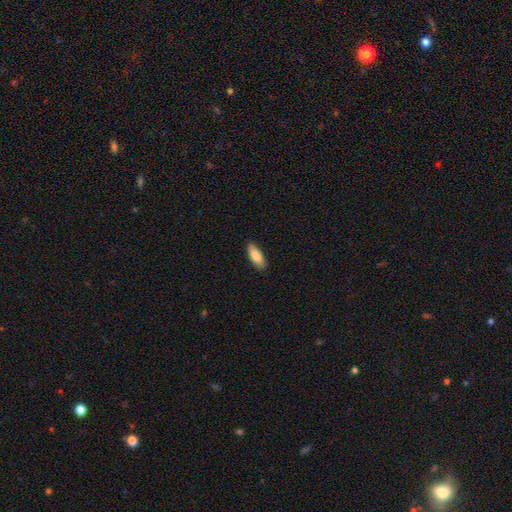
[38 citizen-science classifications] smooth_or_featured: smooth (p=0.89) [alt: star or artifact p=0.08]
how_rounded: in between (p=0.74) [alt: cigar-shaped p=0.26]
merging: none (p=0.86) [alt: minor disturbance p=0.11]